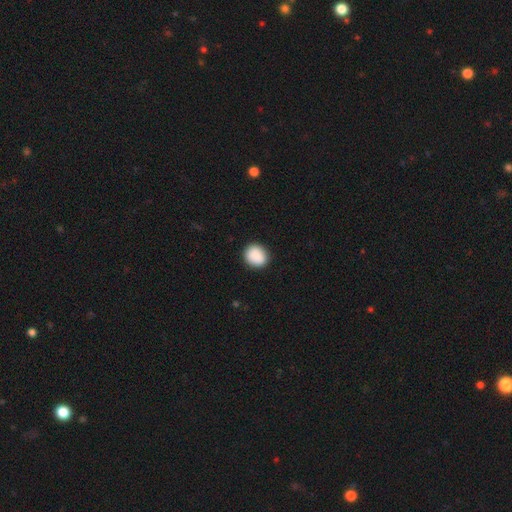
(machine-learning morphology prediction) The model was most divided on "how rounded": round: 73%, in between: 26%, cigar-shaped: 1%. More confident: smooth or featured — smooth (89%); merging — none (88%).